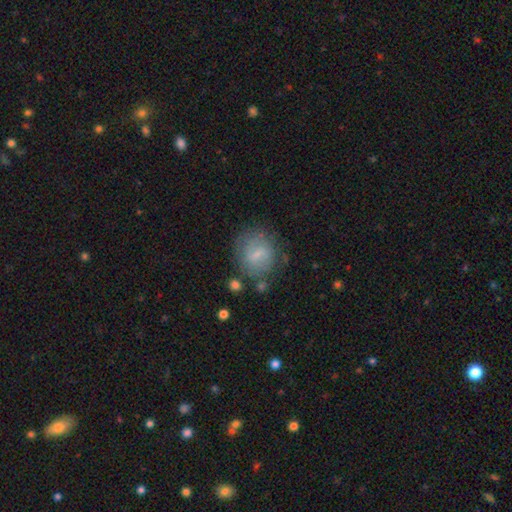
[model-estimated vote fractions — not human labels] The model was most divided on "smooth or featured": smooth: 60%, featured or disk: 31%, star or artifact: 9%. More confident: how rounded — round (71%); merging — none (69%).